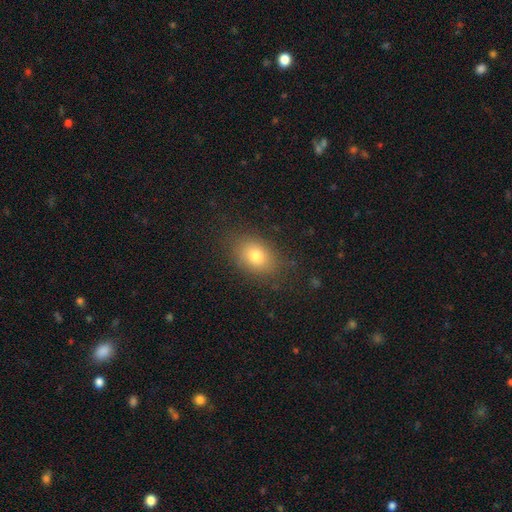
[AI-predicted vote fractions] This is likely a smooth galaxy (78%). How rounded: likely in between (70%). Merging: clearly none (83%).